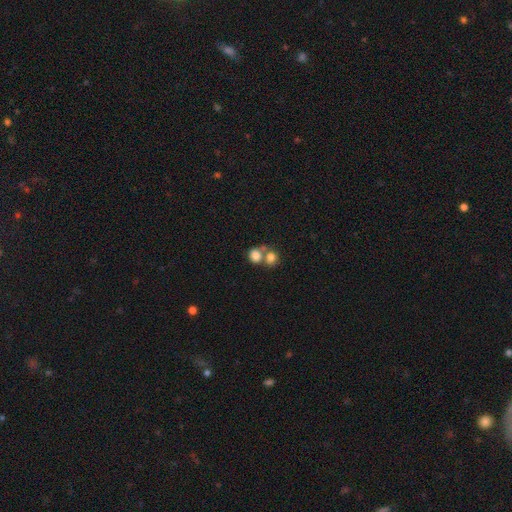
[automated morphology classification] Overall: smooth (80%). How rounded: round (73%). Merging: merger (55%; none 35%).